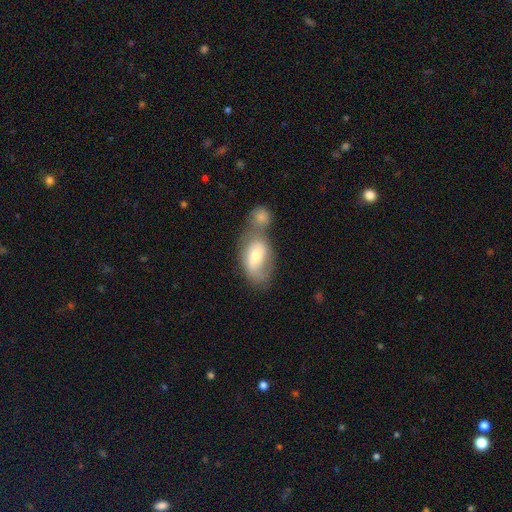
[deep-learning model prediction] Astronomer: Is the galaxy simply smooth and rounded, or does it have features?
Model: smooth — 59% (runner-up: featured or disk, 35%).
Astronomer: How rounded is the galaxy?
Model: in between — 87%.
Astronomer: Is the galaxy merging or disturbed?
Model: merger — 54%.